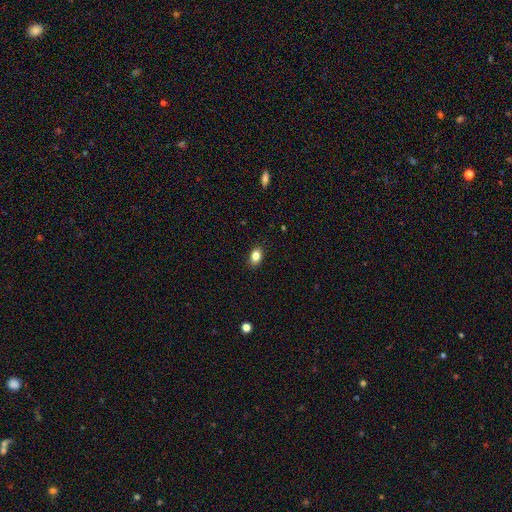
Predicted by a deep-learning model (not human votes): This is clearly a smooth galaxy (84%). How rounded: clearly in between (83%). Merging: clearly none (88%).